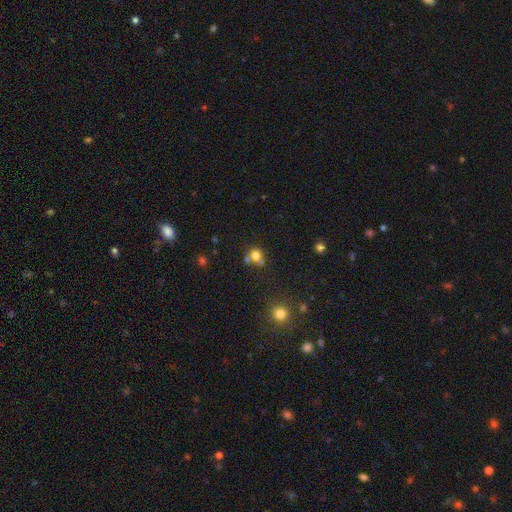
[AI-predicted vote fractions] Q: Smooth or featured?
A: smooth (74%); runner-up: star or artifact (15%)
Q: How rounded?
A: round (76%); runner-up: in between (23%)
Q: Merging?
A: none (50%); runner-up: merger (32%)